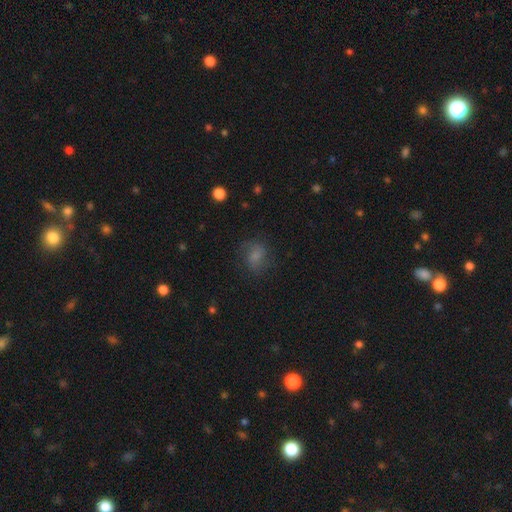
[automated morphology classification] Smooth or featured: smooth — 67% (featured or disk — 18%)
How rounded: round — 52% (in between — 46%)
Merging: none — 69% (minor disturbance — 19%)